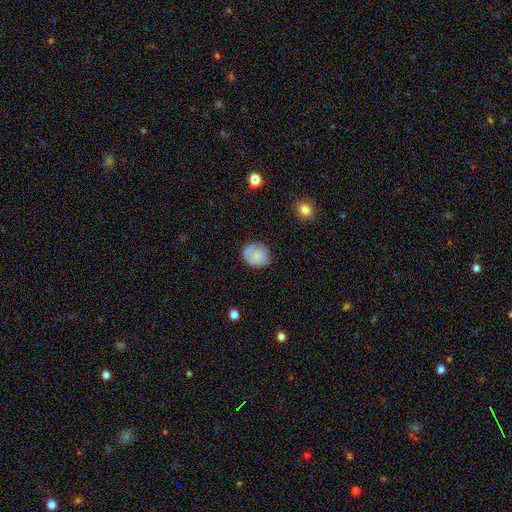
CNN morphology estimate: Q: Smooth or featured?
A: smooth (79%); runner-up: featured or disk (14%)
Q: How rounded?
A: round (67%); runner-up: in between (32%)
Q: Merging?
A: none (78%); runner-up: minor disturbance (17%)